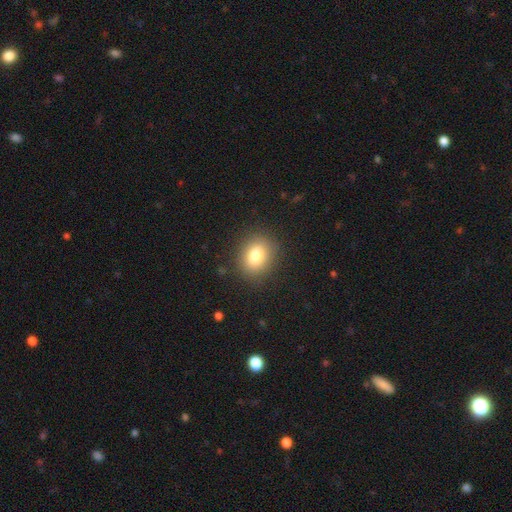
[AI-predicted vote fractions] Q: Smooth or featured?
A: smooth (81%); runner-up: star or artifact (10%)
Q: How rounded?
A: in between (51%); runner-up: round (48%)
Q: Merging?
A: none (87%); runner-up: minor disturbance (9%)